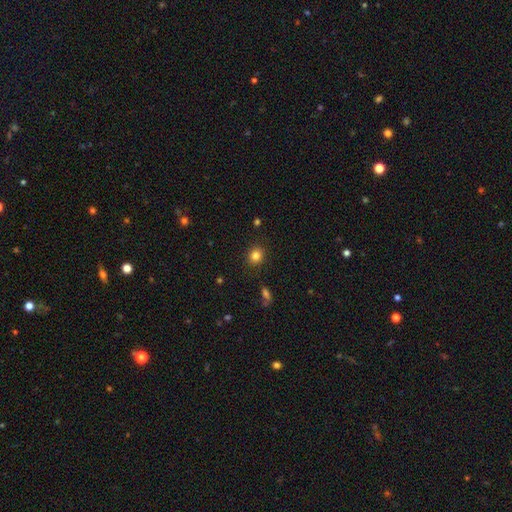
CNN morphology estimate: The model was most divided on "how rounded": round: 76%, in between: 23%, cigar-shaped: 1%. More confident: merging — none (89%); smooth or featured — smooth (83%).